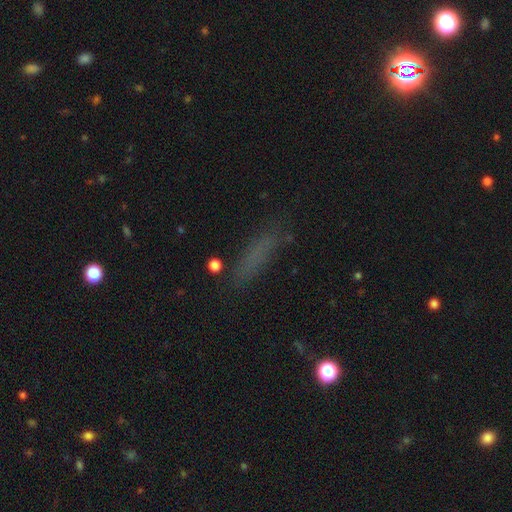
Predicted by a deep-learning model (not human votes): smooth_or_featured: smooth (p=0.62) [alt: star or artifact p=0.21]
how_rounded: cigar-shaped (p=0.73) [alt: in between p=0.23]
merging: none (p=0.76) [alt: minor disturbance p=0.15]